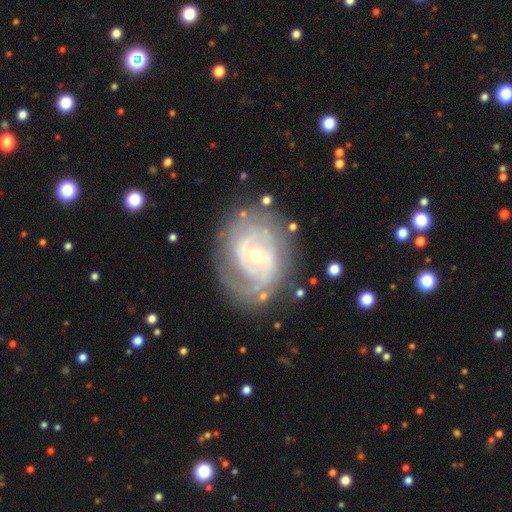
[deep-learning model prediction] Overall: featured or disk (84%). Edge-on disk: no (97%). Bar: no (43%; weak 41%). Spiral arms: yes (89%). Spiral arm count: 2 (45%; can't tell 30%). Spiral winding: tight (56%; medium 33%). Bulge size: small (57%; moderate 39%). Merging: none (70%).